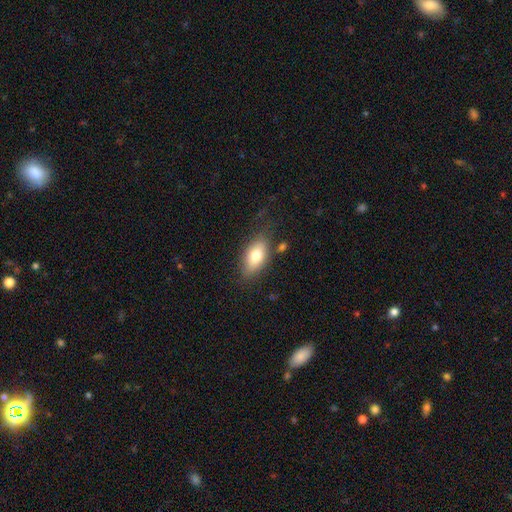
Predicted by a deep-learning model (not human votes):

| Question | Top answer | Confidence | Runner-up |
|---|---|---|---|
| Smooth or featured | smooth | 76% | featured or disk (17%) |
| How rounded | in between | 89% | cigar-shaped (7%) |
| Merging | none | 74% | minor disturbance (17%) |